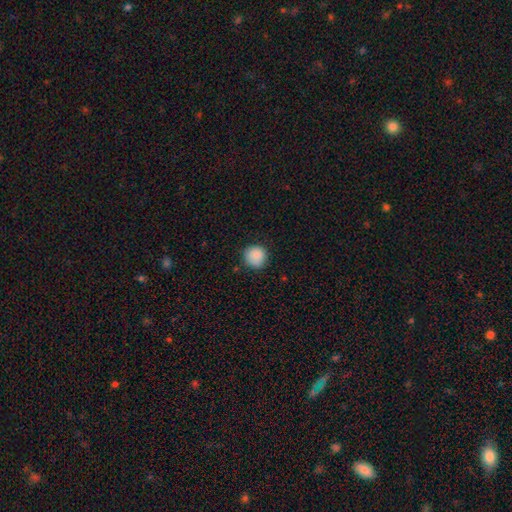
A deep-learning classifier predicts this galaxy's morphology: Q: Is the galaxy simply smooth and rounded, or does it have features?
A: smooth — 88%.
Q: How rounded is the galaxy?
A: round — 93%.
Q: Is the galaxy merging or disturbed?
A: none — 84%.